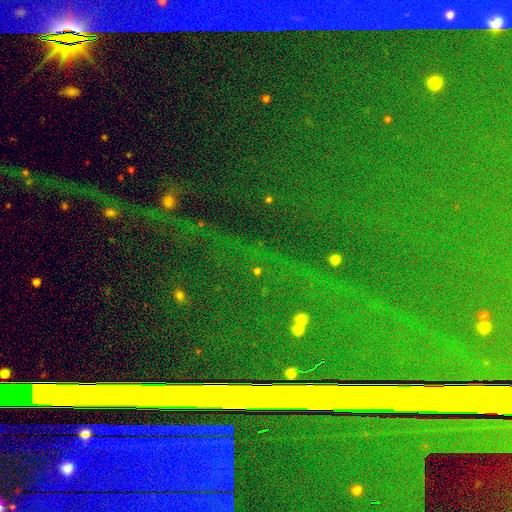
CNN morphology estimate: Smooth or featured: star or artifact — 84% (smooth — 8%)